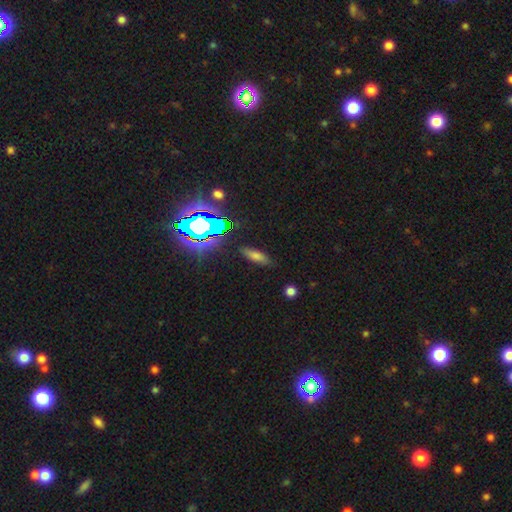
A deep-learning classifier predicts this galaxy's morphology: Smooth or featured? Predicted: smooth (p=0.62). How rounded? Predicted: in between (p=0.53). Merging? Predicted: none (p=0.84).